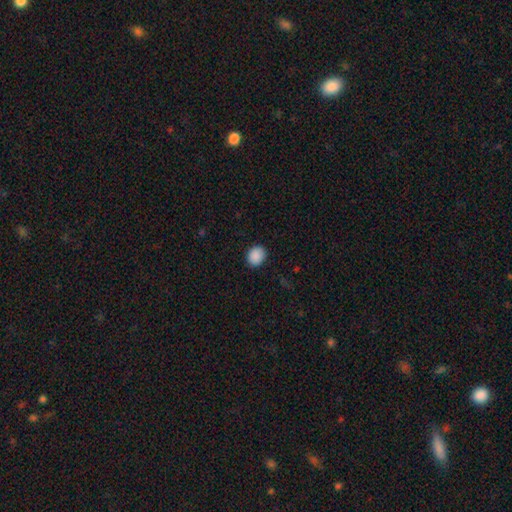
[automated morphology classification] Smooth or featured? Predicted: smooth (p=0.89). How rounded? Predicted: round (p=0.59). Merging? Predicted: none (p=0.89).